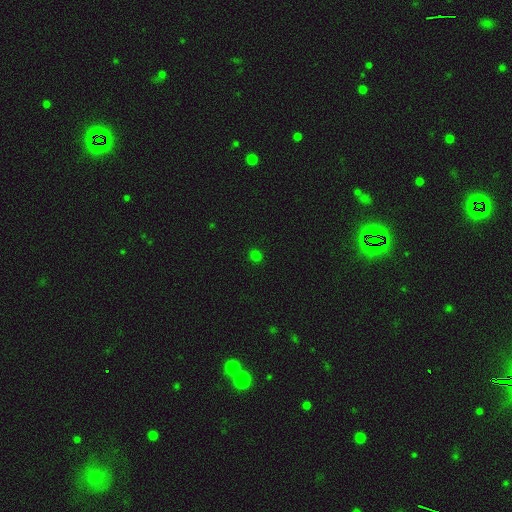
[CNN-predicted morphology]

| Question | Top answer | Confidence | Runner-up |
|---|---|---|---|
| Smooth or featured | smooth | 78% | star or artifact (19%) |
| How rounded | round | 87% | in between (12%) |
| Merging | none | 92% | minor disturbance (5%) |